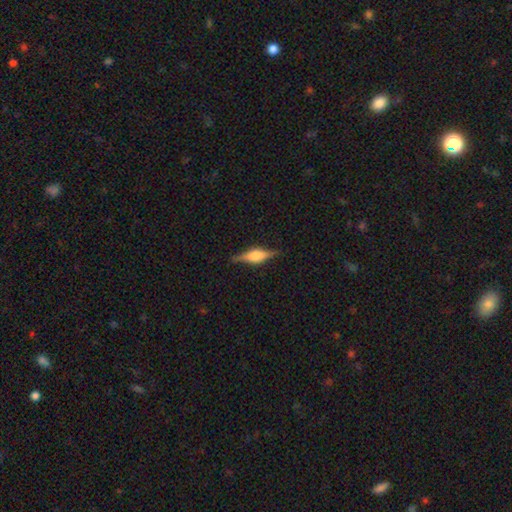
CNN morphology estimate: smooth-or-featured: featured or disk: 71% | smooth: 22% | star or artifact: 7%
  disk-edge-on: yes: 97% | no: 3%
    edge-on-bulge: rounded: 76% | boxy: 22% | none: 3%
  merging: none: 85% | minor disturbance: 11% | major disturbance: 3% | merger: 1%